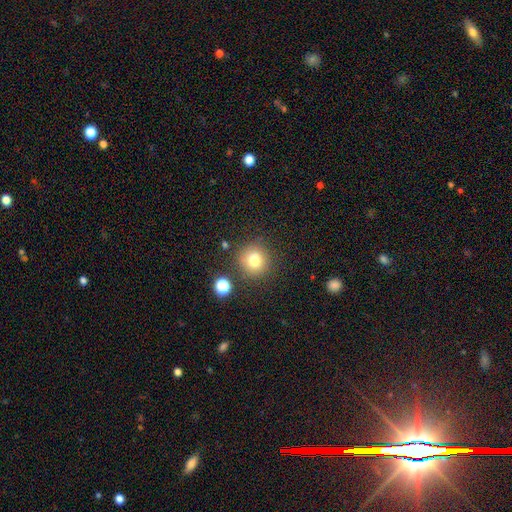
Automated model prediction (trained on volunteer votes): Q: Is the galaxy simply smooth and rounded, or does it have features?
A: smooth — 78%.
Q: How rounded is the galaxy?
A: round — 92%.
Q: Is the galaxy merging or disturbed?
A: none — 85%.